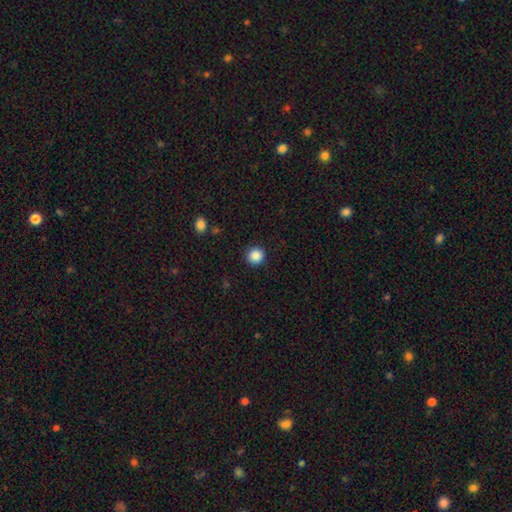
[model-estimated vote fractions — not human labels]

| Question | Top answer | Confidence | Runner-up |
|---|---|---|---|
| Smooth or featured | smooth | 87% | star or artifact (10%) |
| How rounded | round | 94% | in between (5%) |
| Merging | none | 91% | minor disturbance (6%) |